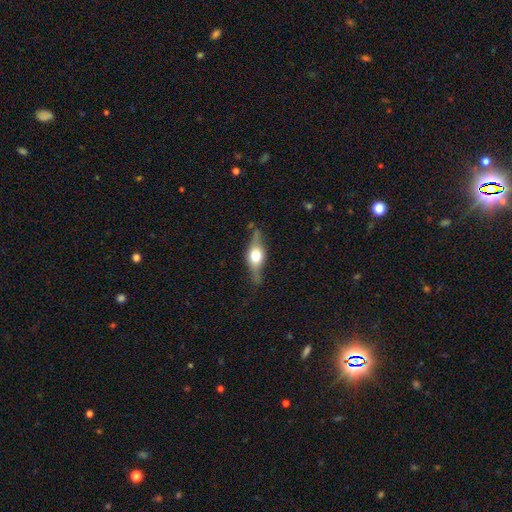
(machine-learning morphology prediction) Overall: featured or disk (65%; smooth 28%). Edge-on disk: yes (92%). Edge-on bulge: rounded (94%). Merging: none (78%).